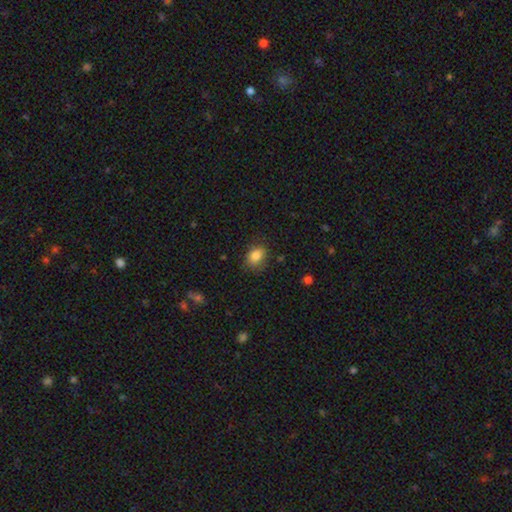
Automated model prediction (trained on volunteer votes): smooth-or-featured: smooth: 83% | star or artifact: 10% | featured or disk: 7%
  how-rounded: in between: 60% | round: 39% | cigar-shaped: 1%
  merging: none: 76% | minor disturbance: 18% | major disturbance: 4% | merger: 1%